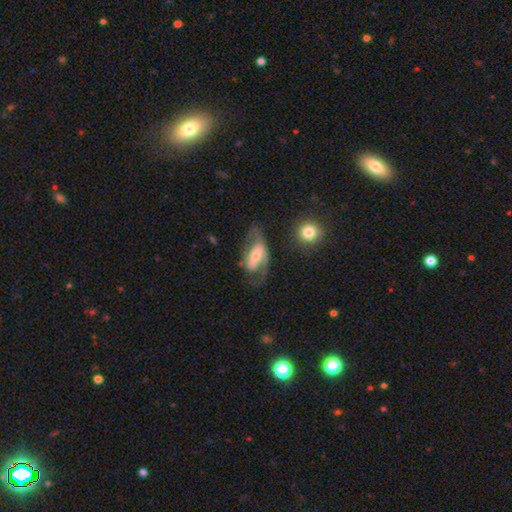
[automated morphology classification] The model was most divided on "bulge size": moderate: 44%, small: 43%, large: 9%, none: 3%, dominant: 2%. Remaining: edge-on disk — no (91%); spiral arms — yes (77%); smooth or featured — featured or disk (69%); merging — none (53%); bar — strong (49%).